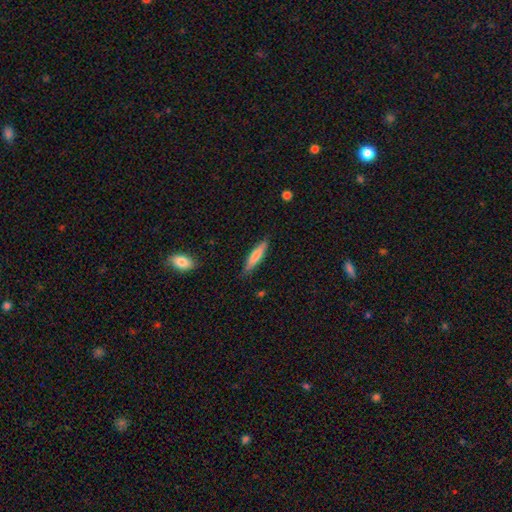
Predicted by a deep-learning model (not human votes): A smooth galaxy with no disk features (72%) that is cigar-shaped (83%).

Vote fractions:
- Smooth or featured? smooth: 72% / featured or disk: 22% / star or artifact: 6%
- How rounded? cigar-shaped: 83% / in between: 16% / round: 1%
- Merging? none: 85% / minor disturbance: 11% / major disturbance: 2% / merger: 1%